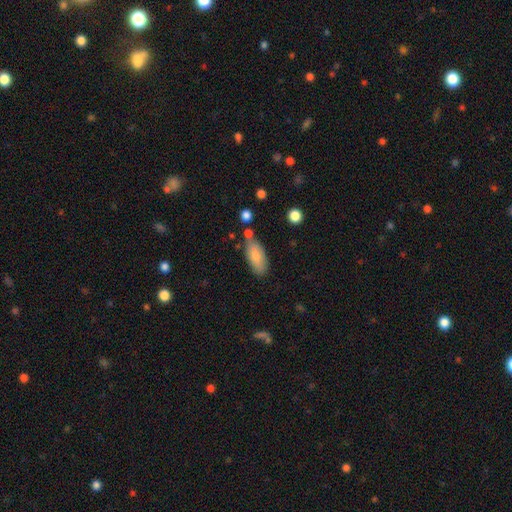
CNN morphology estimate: smooth_or_featured: smooth (p=0.80) [alt: featured or disk p=0.14]
how_rounded: in between (p=0.83) [alt: cigar-shaped p=0.15]
merging: none (p=0.65) [alt: minor disturbance p=0.20]